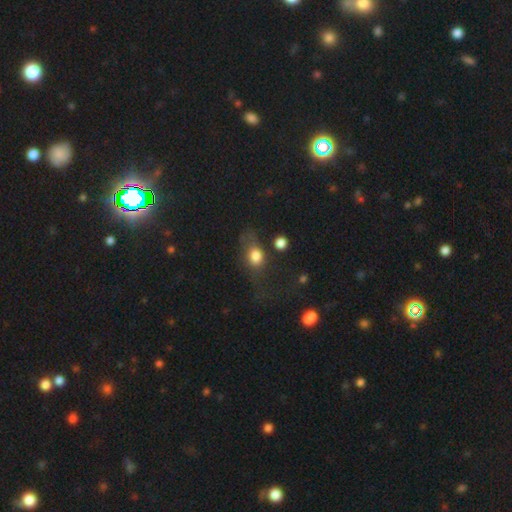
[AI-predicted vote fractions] Smooth or featured?
  - smooth: 76% *
  - featured or disk: 13%
  - star or artifact: 11%
How rounded?
  - in between: 57% *
  - round: 39%
  - cigar-shaped: 4%
Merging?
  - none: 40% *
  - major disturbance: 29%
  - minor disturbance: 24%
  - merger: 7%